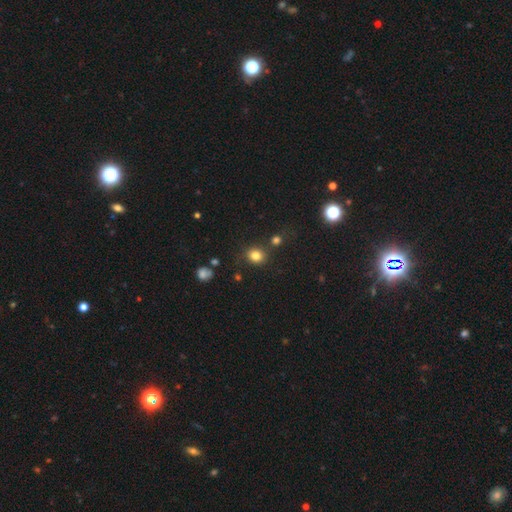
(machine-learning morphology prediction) Smooth or featured? Predicted: smooth (p=0.81). How rounded? Predicted: round (p=0.75). Merging? Predicted: none (p=0.78).